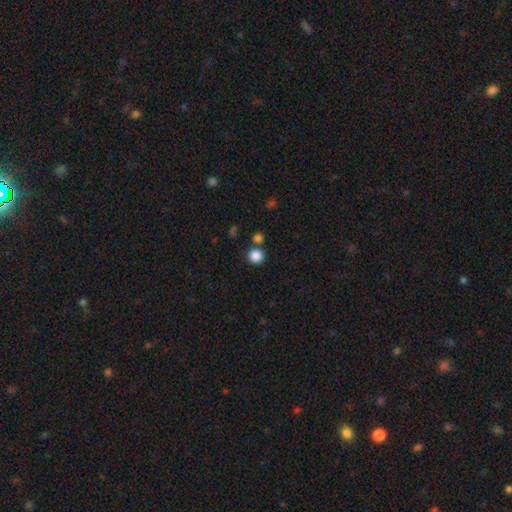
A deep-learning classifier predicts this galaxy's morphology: Smooth or featured?
  - smooth: 85% *
  - star or artifact: 11%
  - featured or disk: 4%
How rounded?
  - round: 93% *
  - in between: 7%
  - cigar-shaped: 1%
Merging?
  - none: 78% *
  - merger: 12%
  - minor disturbance: 8%
  - major disturbance: 3%